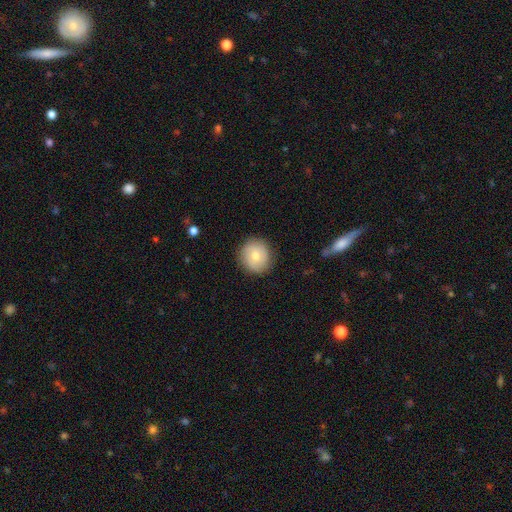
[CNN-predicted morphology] Smooth or featured? smooth (71%)
How rounded? round (90%)
Merging? none (87%)